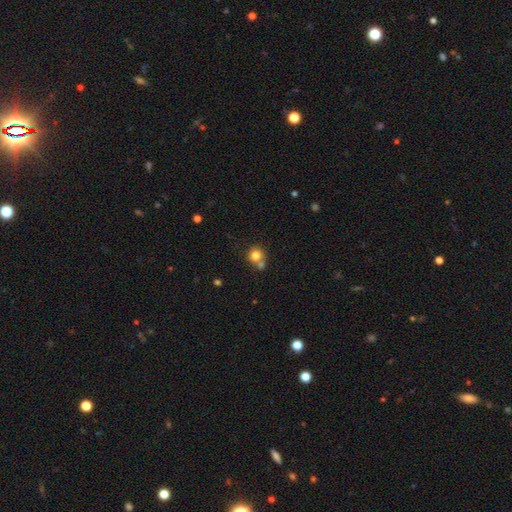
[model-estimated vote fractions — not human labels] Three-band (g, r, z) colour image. It shows a smooth galaxy with no disk features (80%) that is round (88%). Merging: none (53%).